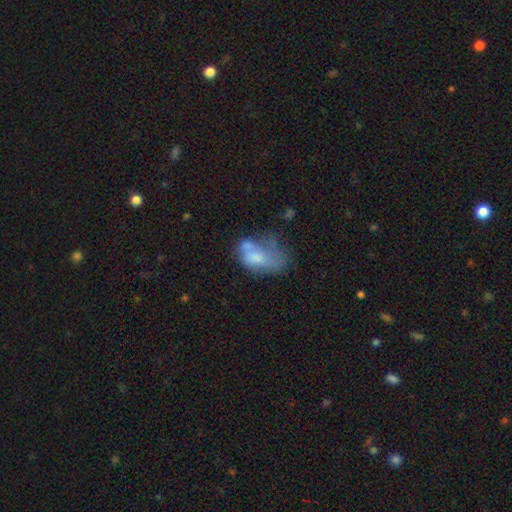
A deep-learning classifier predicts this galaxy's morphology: Smooth or featured? Predicted: smooth (p=0.55). How rounded? Predicted: in between (p=0.87). Merging? Predicted: major disturbance (p=0.34).